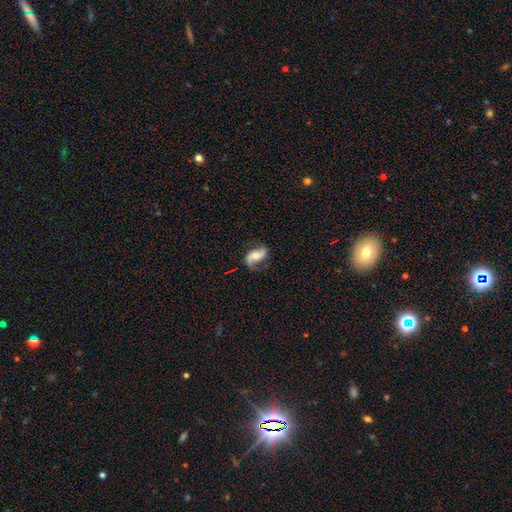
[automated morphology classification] Smooth or featured? Predicted: featured or disk (p=0.70). Edge-on disk? Predicted: no (p=0.94). Bar? Predicted: no (p=0.53). Spiral arms? Predicted: yes (p=0.91). Spiral winding? Predicted: loose (p=0.65). Spiral arm count? Predicted: 2 (p=0.89). Bulge size? Predicted: moderate (p=0.66). Merging? Predicted: none (p=0.73).